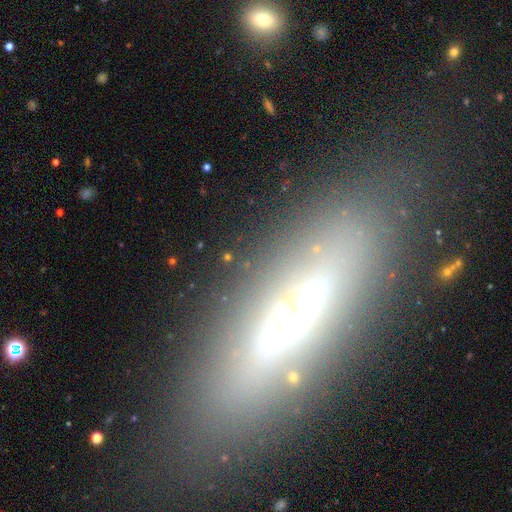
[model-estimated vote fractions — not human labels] smooth_or_featured: featured or disk (p=0.46) [alt: smooth p=0.38]
merging: none (p=0.71) [alt: minor disturbance p=0.16]